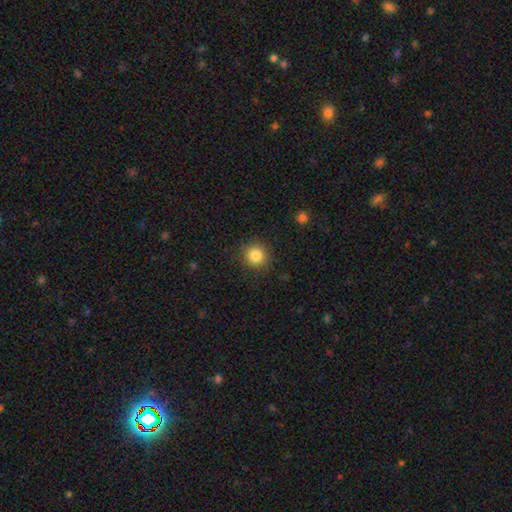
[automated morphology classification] This appears to be a smooth galaxy with no disk features (83%) that is round (92%). Merging: none (89%).